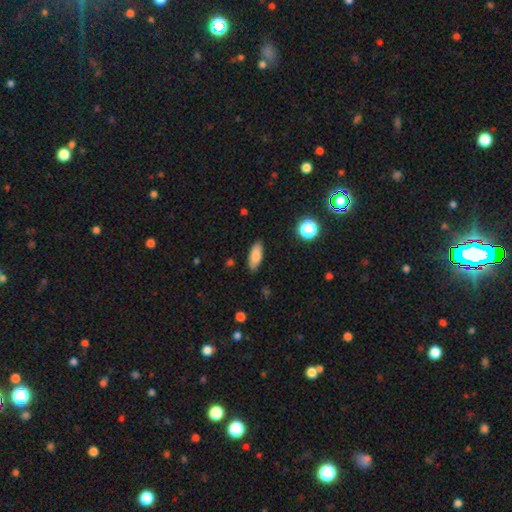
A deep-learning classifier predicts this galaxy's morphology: type=smooth (83%); roundness=in between (76%); merging=none (86%).